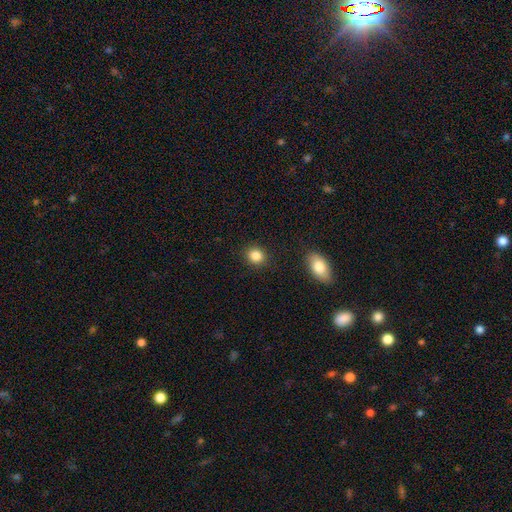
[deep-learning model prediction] Q: Smooth or featured?
A: smooth (85%); runner-up: star or artifact (10%)
Q: How rounded?
A: round (73%); runner-up: in between (26%)
Q: Merging?
A: none (89%); runner-up: minor disturbance (7%)